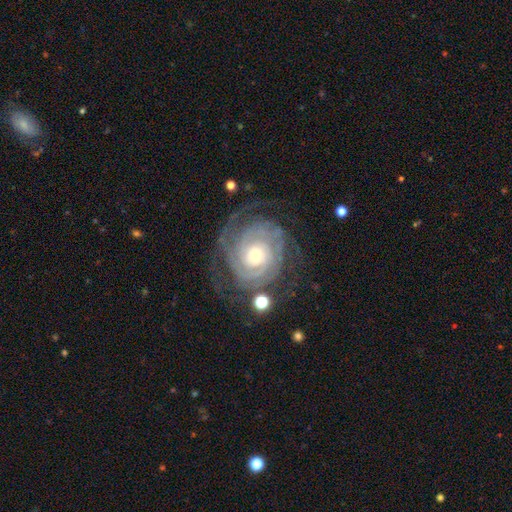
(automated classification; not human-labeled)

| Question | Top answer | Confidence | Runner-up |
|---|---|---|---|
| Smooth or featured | featured or disk | 88% | smooth (6%) |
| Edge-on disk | no | 97% | yes (3%) |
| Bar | no | 78% | weak (16%) |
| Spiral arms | yes | 97% | no (3%) |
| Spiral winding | tight | 78% | medium (18%) |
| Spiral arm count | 2 | 29% | can't tell (27%) |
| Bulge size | small | 51% | moderate (43%) |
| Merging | none | 67% | minor disturbance (16%) |